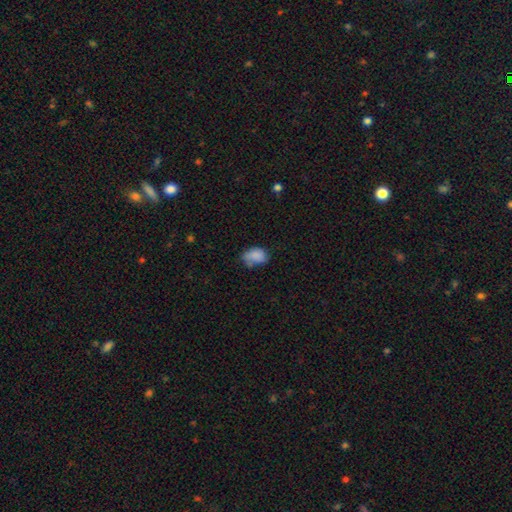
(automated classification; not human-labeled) A smooth galaxy with no disk features (81%) that is in between round and cigar-shaped (79%). Merging: none (44%).